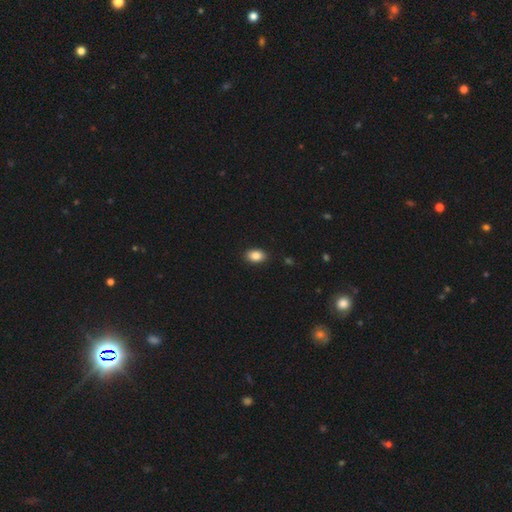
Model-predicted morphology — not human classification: A smooth galaxy with no disk features (86%) that is in between round and cigar-shaped (86%). Merging: none (89%).